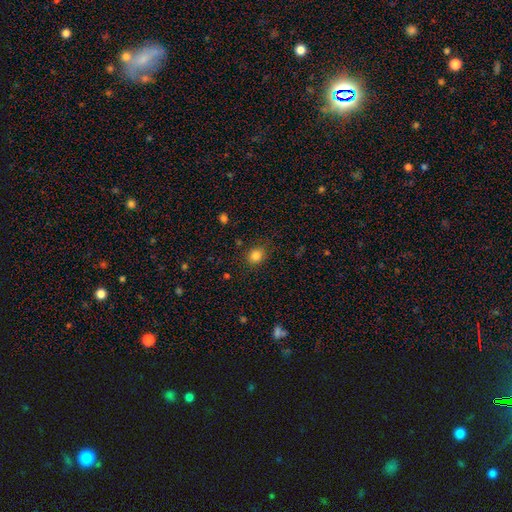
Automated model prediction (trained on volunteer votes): Smooth or featured? Predicted: smooth (p=0.83). How rounded? Predicted: round (p=0.70). Merging? Predicted: none (p=0.85).